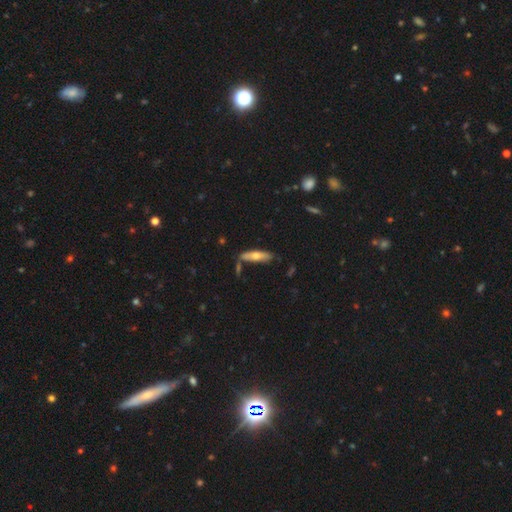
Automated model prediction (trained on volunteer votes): This appears to be a smooth galaxy with no disk features (61%) that is cigar-shaped (66%). Merging: none (70%).